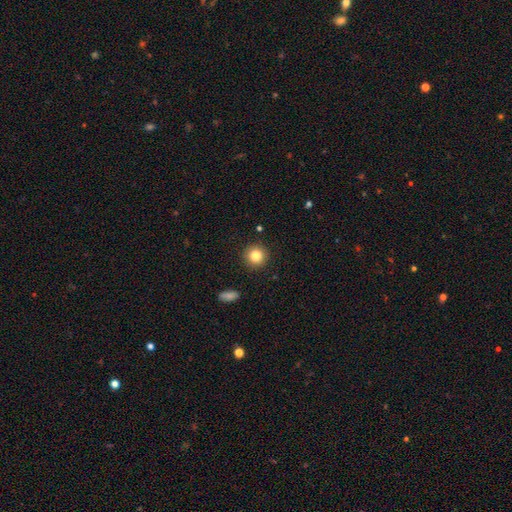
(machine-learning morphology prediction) The model was most divided on "smooth or featured": smooth: 83%, star or artifact: 10%, featured or disk: 7%. More confident: how rounded — round (93%); merging — none (91%).